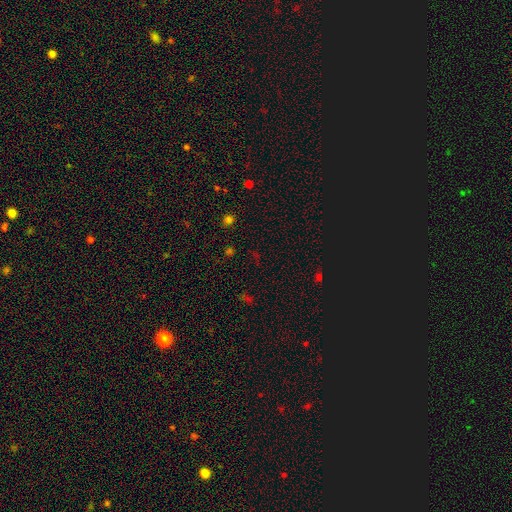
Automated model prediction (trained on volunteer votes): The model was most divided on "smooth or featured": star or artifact: 62%, smooth: 30%, featured or disk: 8%.